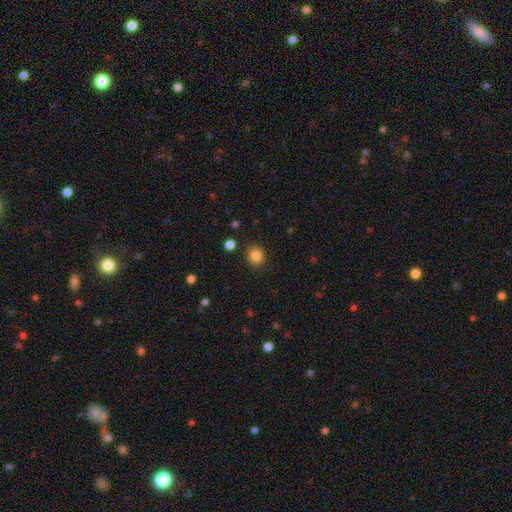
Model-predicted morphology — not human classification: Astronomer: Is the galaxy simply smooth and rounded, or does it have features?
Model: smooth — 84%.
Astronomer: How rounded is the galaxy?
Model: round — 78%.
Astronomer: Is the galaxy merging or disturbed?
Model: none — 88%.